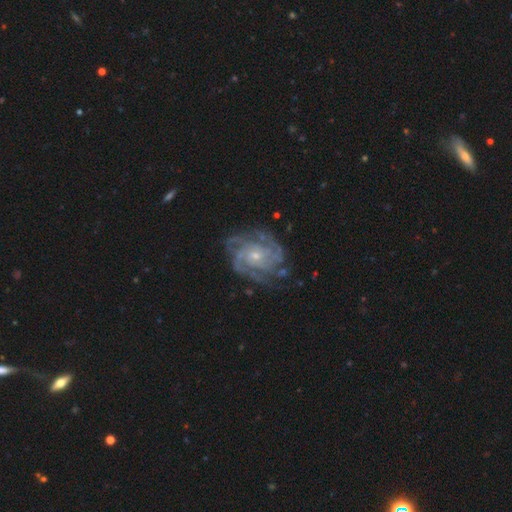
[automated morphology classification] A featured or disk galaxy (90%) with no bar (72%), 4 (26%) tight (66%) spiral arms (98%) and a small central bulge (71%). Merging: none (73%).